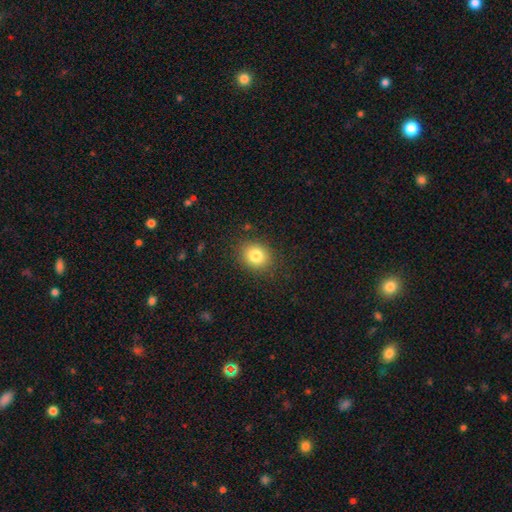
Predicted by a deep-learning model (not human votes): smooth_or_featured: smooth (p=0.82) [alt: star or artifact p=0.11]
how_rounded: round (p=0.63) [alt: in between p=0.36]
merging: none (p=0.87) [alt: minor disturbance p=0.09]